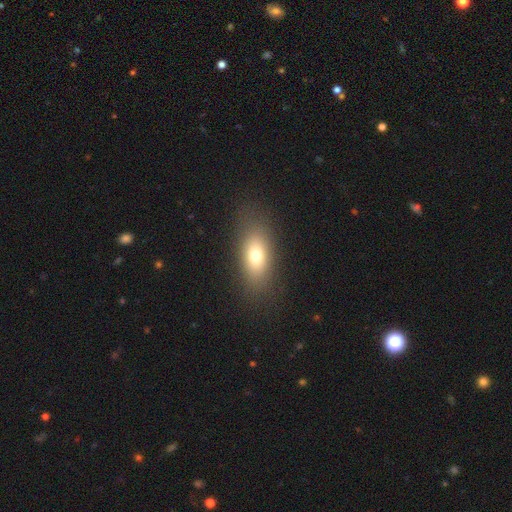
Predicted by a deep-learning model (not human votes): smooth-or-featured: smooth: 74% | featured or disk: 16% | star or artifact: 11%
  how-rounded: in between: 82% | cigar-shaped: 10% | round: 8%
  merging: none: 82% | minor disturbance: 11% | major disturbance: 5% | merger: 1%